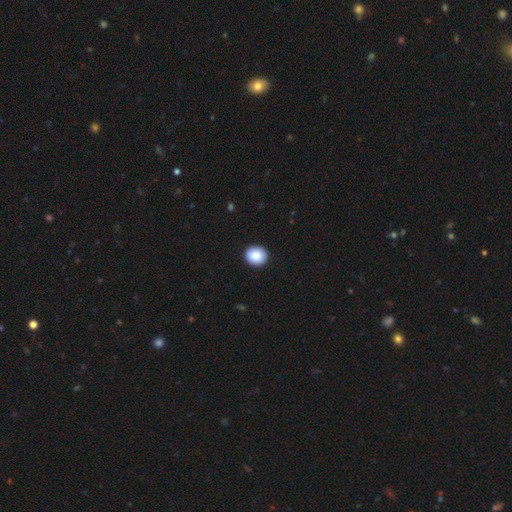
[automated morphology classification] This is clearly a smooth galaxy (87%). How rounded: likely round (79%). Merging: clearly none (91%).